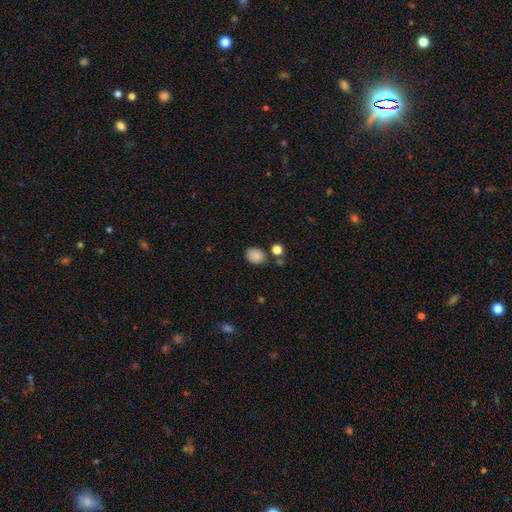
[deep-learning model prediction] smooth-or-featured: smooth: 86% | star or artifact: 10% | featured or disk: 4%
  how-rounded: in between: 65% | round: 34% | cigar-shaped: 1%
  merging: none: 73% | minor disturbance: 15% | merger: 8% | major disturbance: 4%